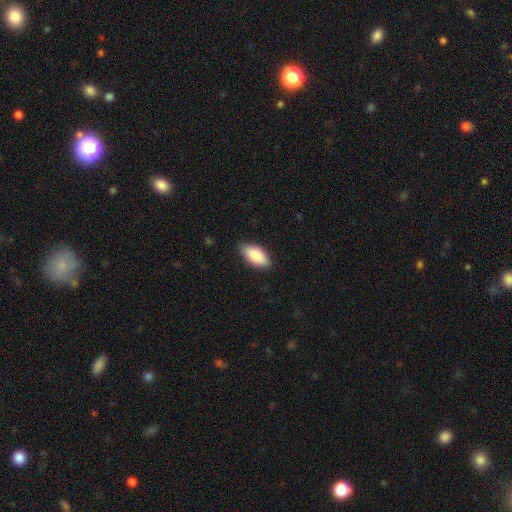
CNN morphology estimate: smooth 83%, featured or disk 11%, star or artifact 6%. Down the decision tree: how rounded — in between (90%); merging — none (86%).